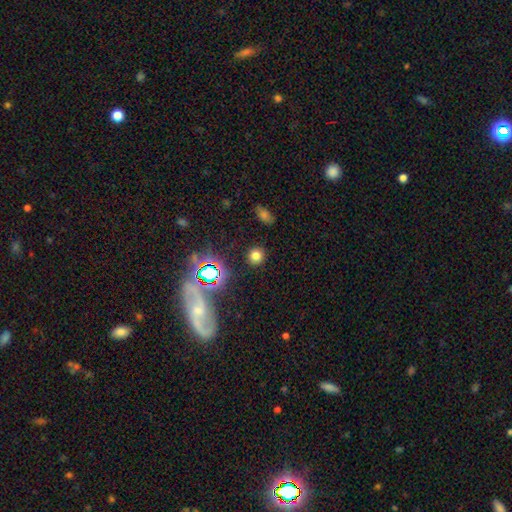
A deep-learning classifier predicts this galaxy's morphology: smooth 72%, star or artifact 20%, featured or disk 7%. Down the decision tree: how rounded — round (89%); merging — none (89%).